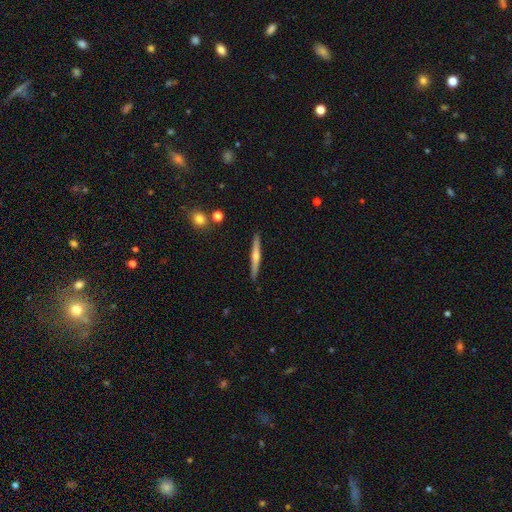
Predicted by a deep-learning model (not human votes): The model was most divided on "smooth or featured": featured or disk: 58%, smooth: 36%, star or artifact: 6%. More confident: edge-on disk — yes (97%); merging — none (90%); edge-on bulge — rounded (78%).